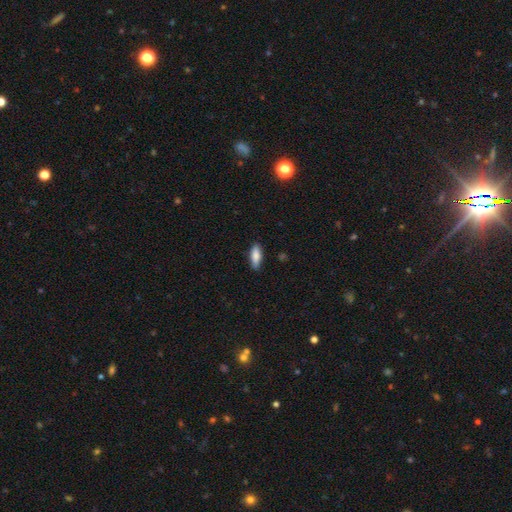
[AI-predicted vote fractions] This appears to be a smooth galaxy with no disk features (83%) that is in between round and cigar-shaped (62%). Merging: none (85%).